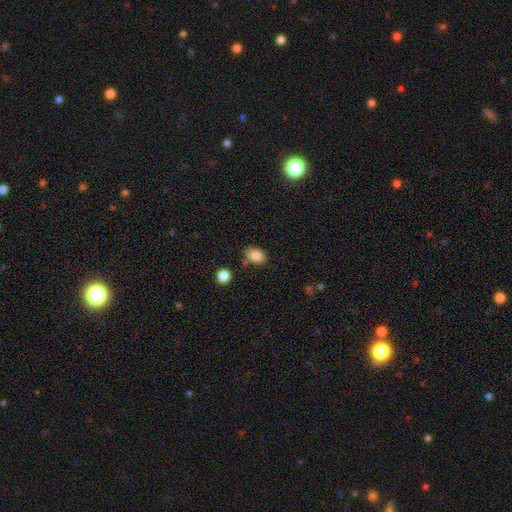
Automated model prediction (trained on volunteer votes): smooth-or-featured: smooth: 84% | star or artifact: 9% | featured or disk: 7%
  how-rounded: in between: 79% | round: 20% | cigar-shaped: 1%
  merging: none: 74% | minor disturbance: 16% | merger: 7% | major disturbance: 3%